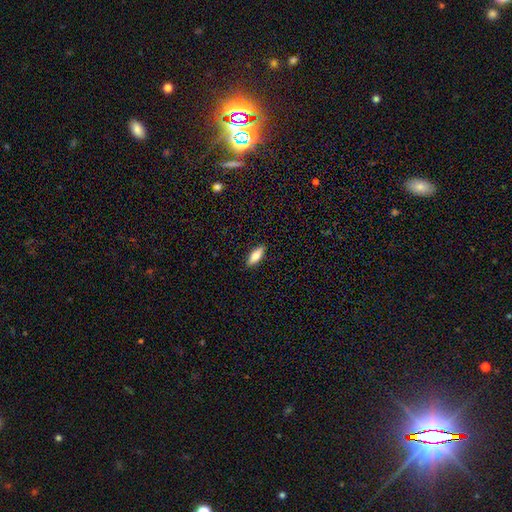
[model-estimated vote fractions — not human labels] smooth 74%, featured or disk 20%, star or artifact 6%. Down the decision tree: how rounded — in between (65%); merging — none (89%).